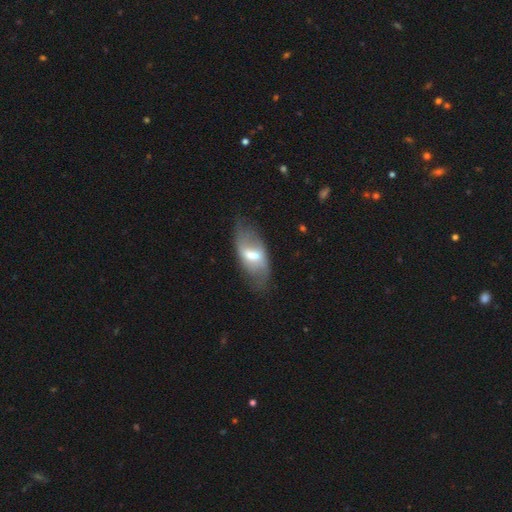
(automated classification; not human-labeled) Q: Smooth or featured?
A: featured or disk (55%); runner-up: smooth (38%)
Q: Edge-on disk?
A: no (84%); runner-up: yes (16%)
Q: Merging?
A: none (60%); runner-up: minor disturbance (24%)